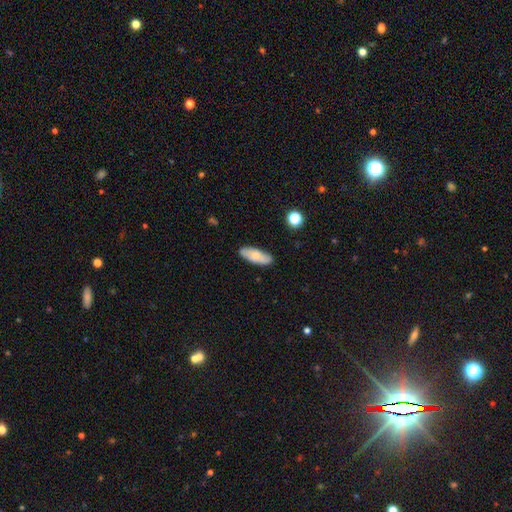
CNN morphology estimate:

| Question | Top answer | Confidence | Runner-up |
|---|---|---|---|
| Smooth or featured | smooth | 70% | featured or disk (23%) |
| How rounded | in between | 73% | cigar-shaped (25%) |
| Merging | none | 84% | minor disturbance (12%) |